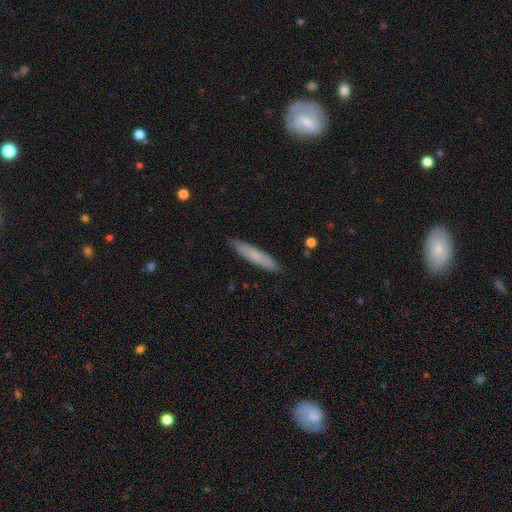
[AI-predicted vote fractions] Q: Smooth or featured?
A: smooth (71%); runner-up: featured or disk (24%)
Q: How rounded?
A: cigar-shaped (91%); runner-up: in between (8%)
Q: Merging?
A: none (89%); runner-up: minor disturbance (8%)